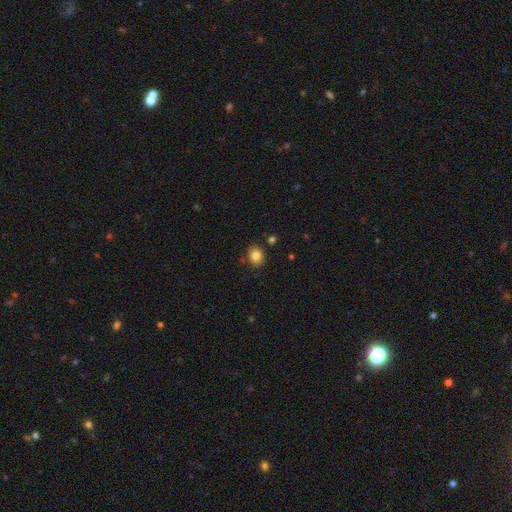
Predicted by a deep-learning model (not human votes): A smooth galaxy with no disk features (83%) that is round (56%).

Vote fractions:
- Smooth or featured? smooth: 83% / star or artifact: 10% / featured or disk: 7%
- How rounded? round: 56% / in between: 43% / cigar-shaped: 1%
- Merging? none: 83% / minor disturbance: 11% / merger: 4% / major disturbance: 3%